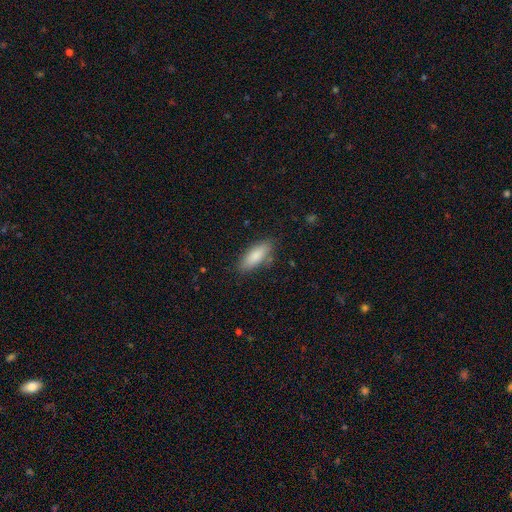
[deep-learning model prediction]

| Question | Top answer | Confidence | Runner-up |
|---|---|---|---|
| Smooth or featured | smooth | 85% | featured or disk (9%) |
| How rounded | in between | 70% | cigar-shaped (28%) |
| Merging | none | 82% | minor disturbance (13%) |